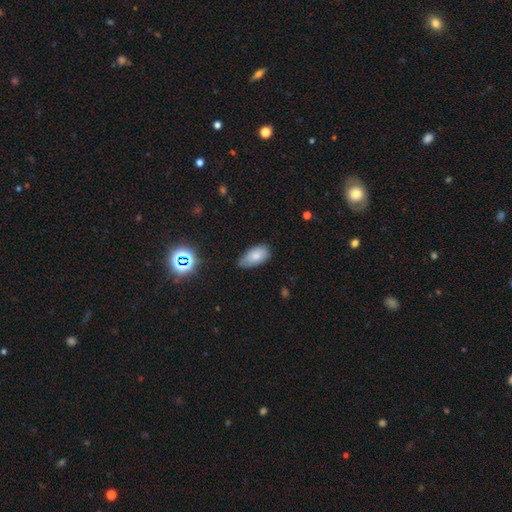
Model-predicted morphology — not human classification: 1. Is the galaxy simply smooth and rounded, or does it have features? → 77% smooth, 14% featured or disk, 9% star or artifact.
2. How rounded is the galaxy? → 93% in between, 4% round, 3% cigar-shaped.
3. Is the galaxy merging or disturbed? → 55% none, 36% minor disturbance, 6% major disturbance, 2% merger.